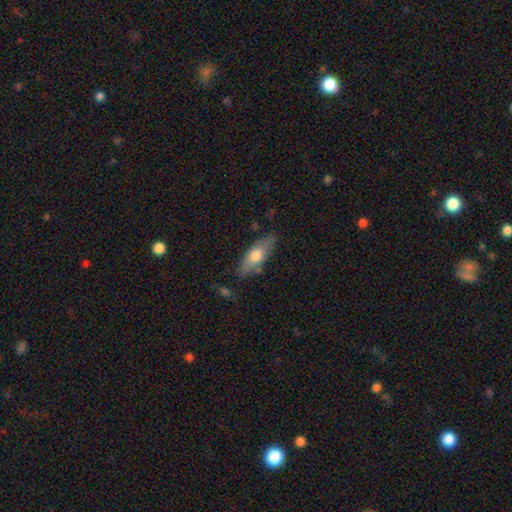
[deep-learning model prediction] Morphology: type=smooth (64%); roundness=in between (67%); merging=none (73%).